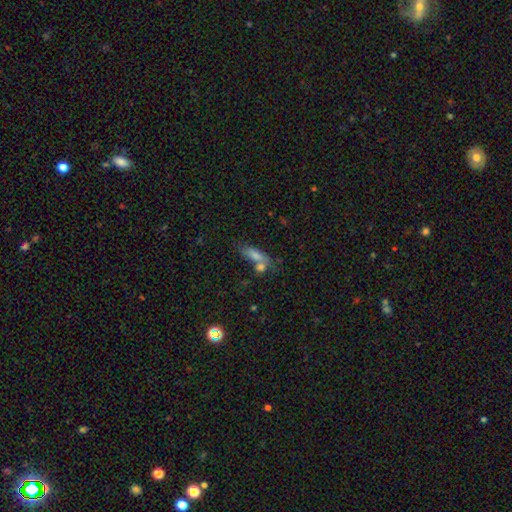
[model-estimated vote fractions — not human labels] smooth_or_featured: smooth (p=0.74) [alt: featured or disk p=0.16]
how_rounded: in between (p=0.63) [alt: cigar-shaped p=0.31]
merging: none (p=0.42) [alt: merger p=0.36]